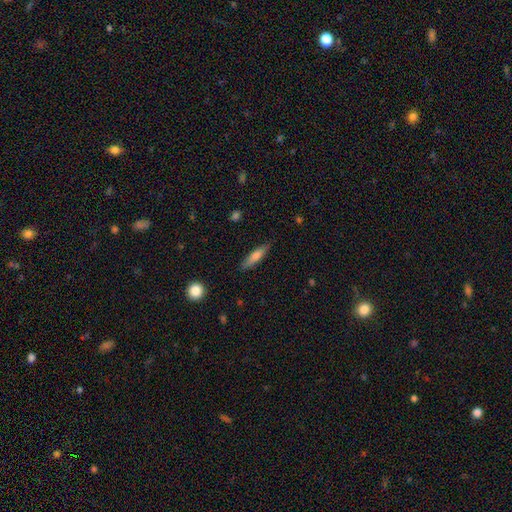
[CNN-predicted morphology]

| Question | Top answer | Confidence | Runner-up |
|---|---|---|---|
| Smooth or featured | smooth | 60% | featured or disk (33%) |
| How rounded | cigar-shaped | 80% | in between (18%) |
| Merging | none | 87% | minor disturbance (10%) |